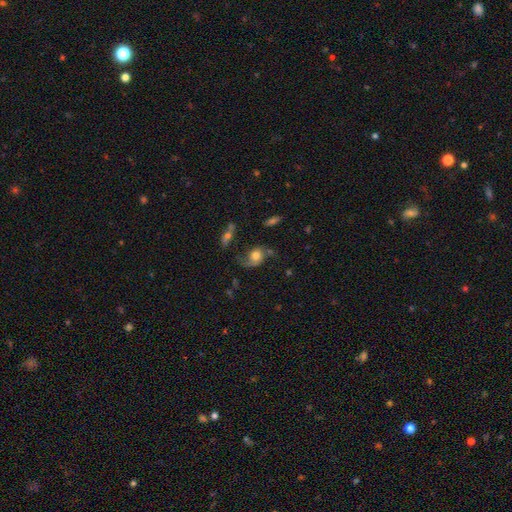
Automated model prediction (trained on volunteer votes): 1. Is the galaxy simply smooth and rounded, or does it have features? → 52% featured or disk, 39% smooth, 10% star or artifact.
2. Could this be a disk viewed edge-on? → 95% no, 5% yes.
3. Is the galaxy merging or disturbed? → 43% none, 28% major disturbance, 23% minor disturbance, 6% merger.